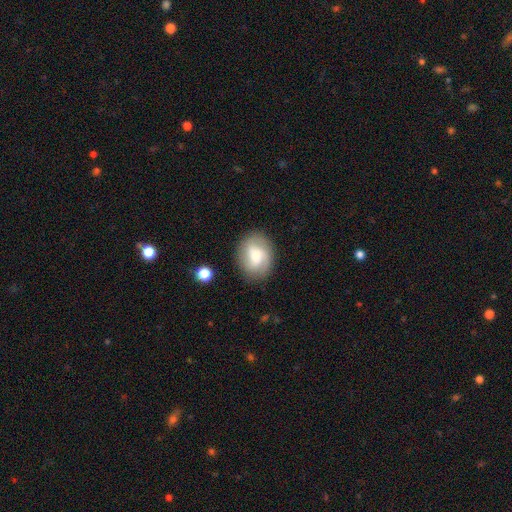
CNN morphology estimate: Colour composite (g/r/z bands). It shows a featured or disk galaxy (49%). Merging: none (80%).